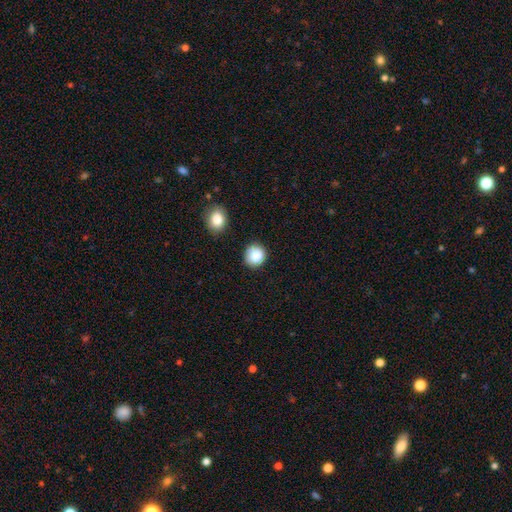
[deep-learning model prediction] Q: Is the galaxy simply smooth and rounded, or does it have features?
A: smooth — 87%.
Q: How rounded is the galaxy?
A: round — 87%.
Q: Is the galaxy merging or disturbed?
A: none — 83%.